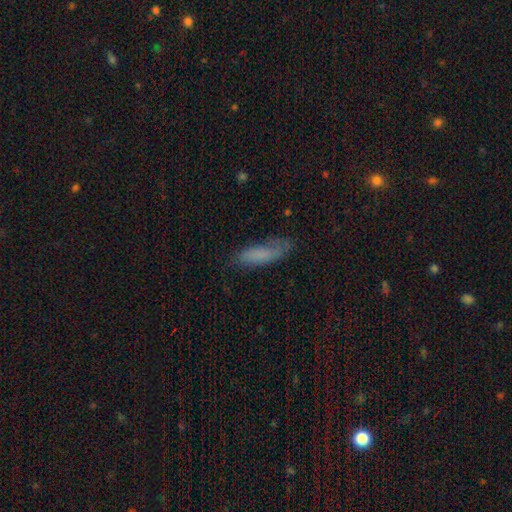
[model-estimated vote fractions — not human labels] This appears to be a smooth galaxy with no disk features (70%) that is cigar-shaped (62%). Merging: none (63%).